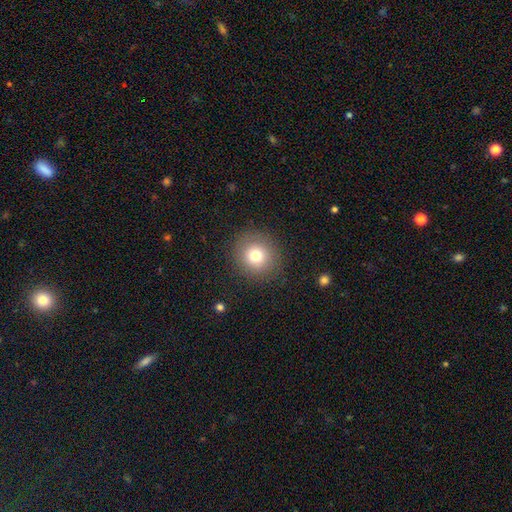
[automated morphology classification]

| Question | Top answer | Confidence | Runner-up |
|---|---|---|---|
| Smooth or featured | smooth | 76% | star or artifact (13%) |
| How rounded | round | 90% | in between (9%) |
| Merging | none | 88% | minor disturbance (7%) |